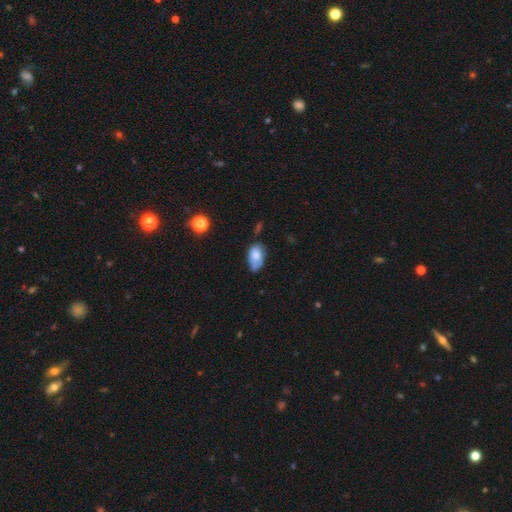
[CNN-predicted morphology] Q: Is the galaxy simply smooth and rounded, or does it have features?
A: smooth — 71%.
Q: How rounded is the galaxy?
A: in between — 92%.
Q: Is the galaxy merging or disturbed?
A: none — 46%.